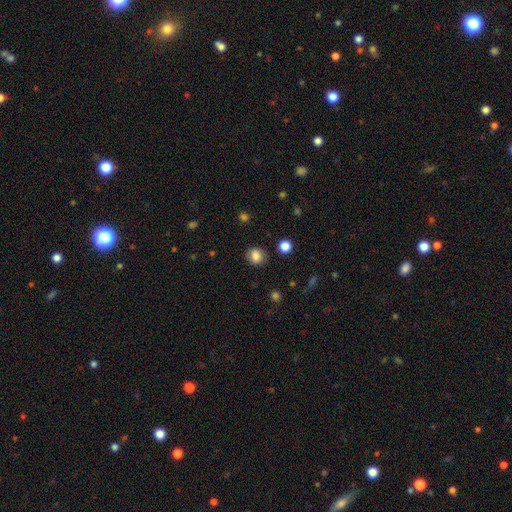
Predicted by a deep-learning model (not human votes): A smooth galaxy with no disk features (84%) that is round (73%).

Vote fractions:
- Smooth or featured? smooth: 84% / star or artifact: 10% / featured or disk: 6%
- How rounded? round: 73% / in between: 26% / cigar-shaped: 1%
- Merging? none: 86% / minor disturbance: 9% / major disturbance: 3% / merger: 2%